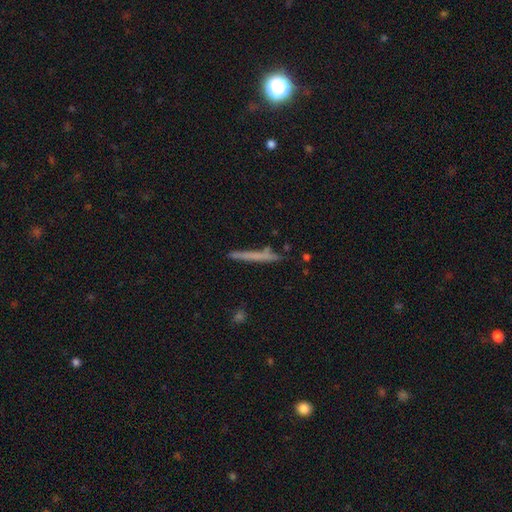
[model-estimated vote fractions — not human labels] smooth-or-featured: smooth: 58% | featured or disk: 35% | star or artifact: 7%
  how-rounded: cigar-shaped: 96% | in between: 2% | round: 2%
  merging: none: 84% | minor disturbance: 12% | merger: 3% | major disturbance: 2%